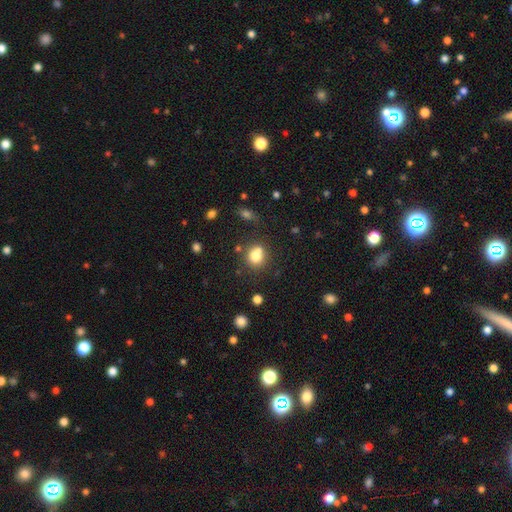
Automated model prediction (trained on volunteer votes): smooth-or-featured: smooth: 76% | star or artifact: 12% | featured or disk: 12%
  how-rounded: round: 73% | in between: 26% | cigar-shaped: 1%
  merging: none: 54% | merger: 28% | minor disturbance: 13% | major disturbance: 5%